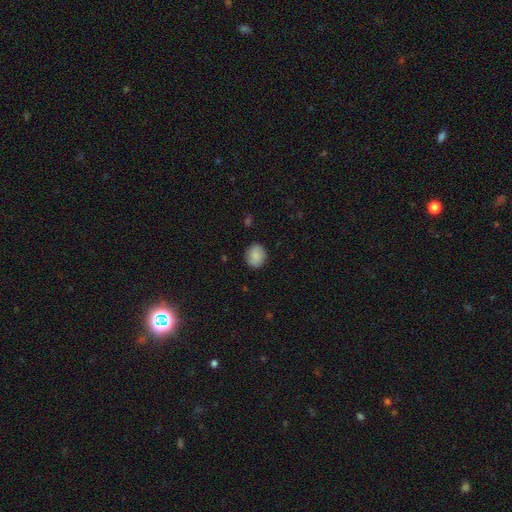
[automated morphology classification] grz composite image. It shows a smooth galaxy with no disk features (87%) that is round (69%). Merging: none (88%).